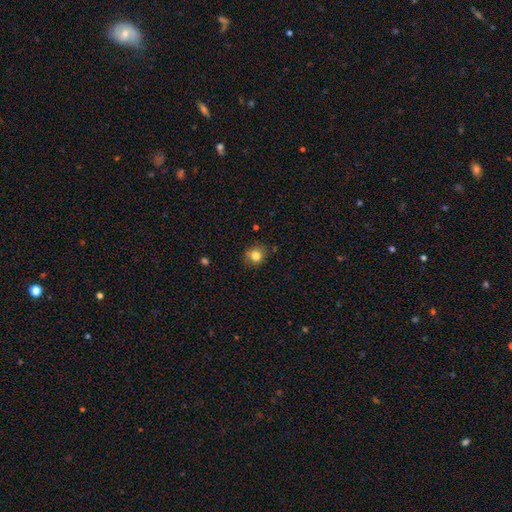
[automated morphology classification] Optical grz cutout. It shows a smooth galaxy with no disk features (82%) that is round (77%). Merging: none (80%).